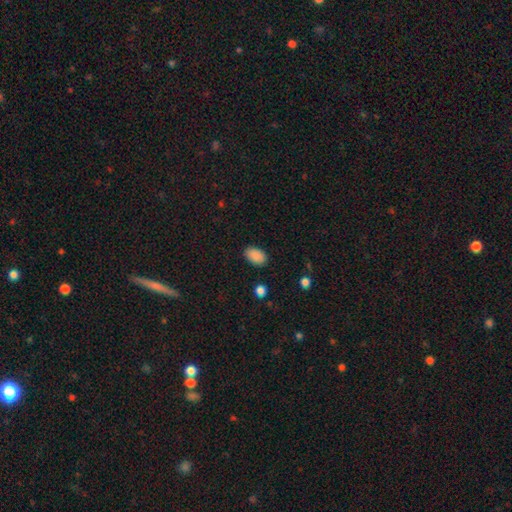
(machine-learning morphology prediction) This appears to be a smooth galaxy with no disk features (89%) that is in between round and cigar-shaped (91%). Merging: none (87%).